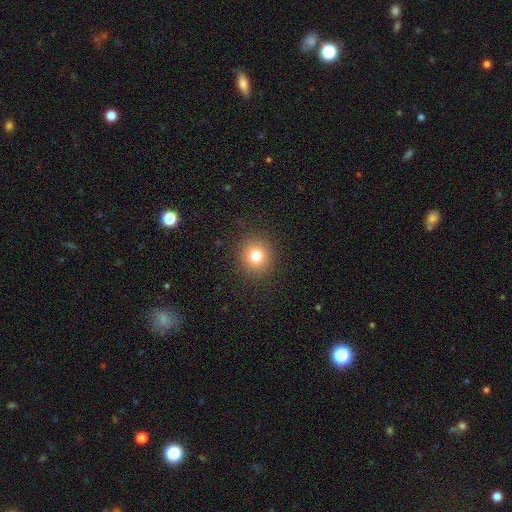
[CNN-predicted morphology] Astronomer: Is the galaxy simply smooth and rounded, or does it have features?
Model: smooth — 77%.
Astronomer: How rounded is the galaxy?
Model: round — 91%.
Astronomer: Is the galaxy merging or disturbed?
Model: none — 91%.